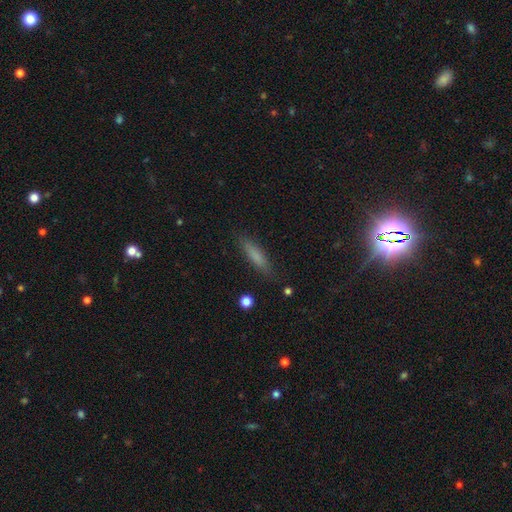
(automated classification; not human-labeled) smooth_or_featured: smooth (p=0.74) [alt: featured or disk p=0.17]
how_rounded: cigar-shaped (p=0.79) [alt: in between p=0.19]
merging: none (p=0.85) [alt: minor disturbance p=0.11]